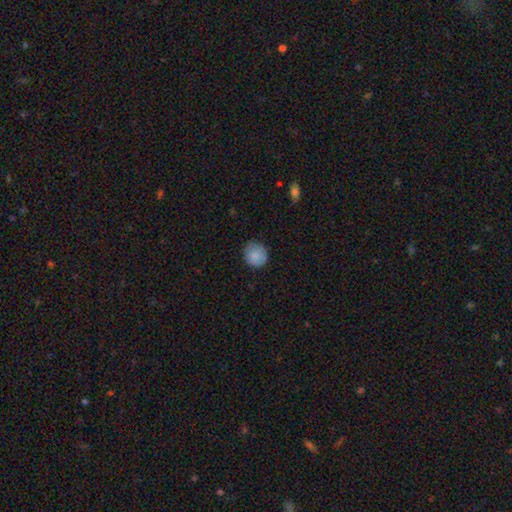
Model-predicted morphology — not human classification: Overall: smooth (86%). How rounded: round (87%). Merging: none (81%).